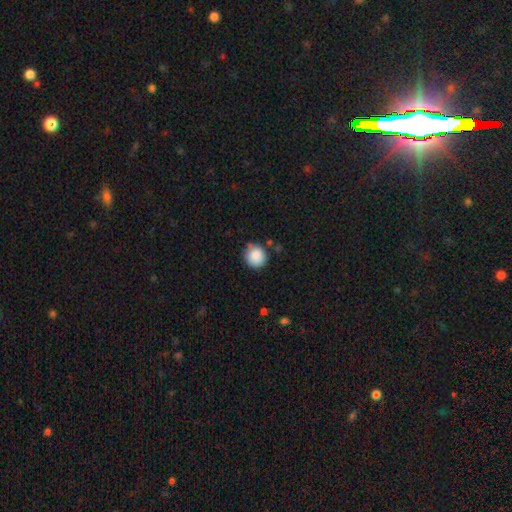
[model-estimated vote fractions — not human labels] A smooth galaxy with no disk features (88%) that is round (90%).

Vote fractions:
- Smooth or featured? smooth: 88% / star or artifact: 8% / featured or disk: 4%
- How rounded? round: 90% / in between: 9% / cigar-shaped: 1%
- Merging? none: 80% / minor disturbance: 14% / merger: 3% / major disturbance: 3%